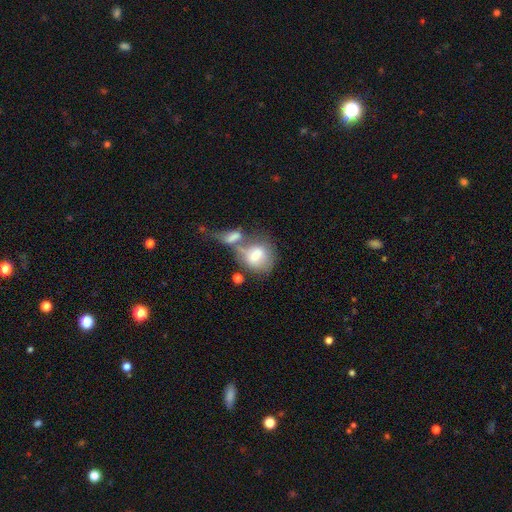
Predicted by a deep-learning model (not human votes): This is likely a smooth galaxy (65%). How rounded: possibly round (54%). Merging: possibly merger (52%).